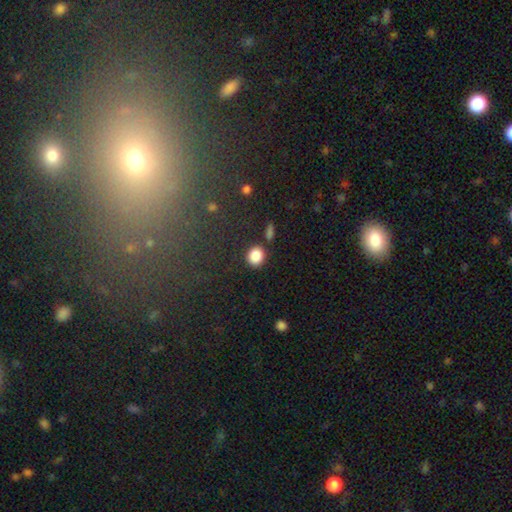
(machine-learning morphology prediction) The model was most divided on "how rounded": round: 77%, in between: 22%, cigar-shaped: 1%. More confident: smooth or featured — smooth (87%); merging — none (80%).